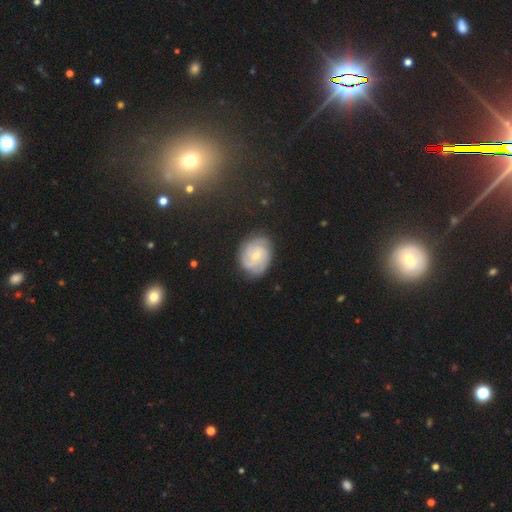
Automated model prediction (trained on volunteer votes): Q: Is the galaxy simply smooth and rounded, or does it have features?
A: featured or disk — 72%.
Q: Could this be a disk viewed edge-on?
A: no — 98%.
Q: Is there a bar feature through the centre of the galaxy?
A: weak — 47%.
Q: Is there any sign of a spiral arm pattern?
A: yes — 94%.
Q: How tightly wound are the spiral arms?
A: tight — 61%.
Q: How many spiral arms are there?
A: can't tell — 29%.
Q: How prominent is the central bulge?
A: small — 60%.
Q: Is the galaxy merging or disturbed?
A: none — 79%.